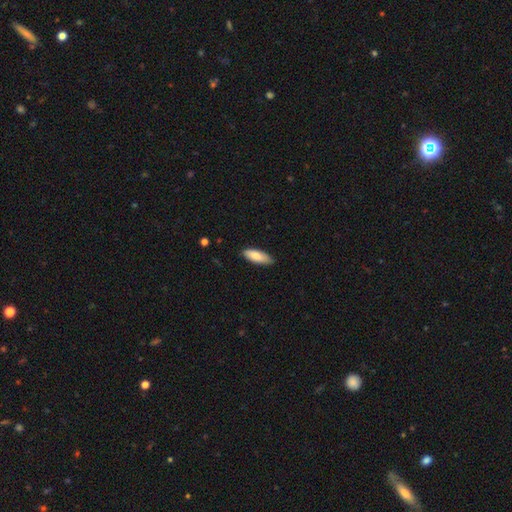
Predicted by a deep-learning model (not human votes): Smooth or featured: smooth — 83% (featured or disk — 12%)
How rounded: in between — 68% (cigar-shaped — 31%)
Merging: none — 81% (minor disturbance — 16%)